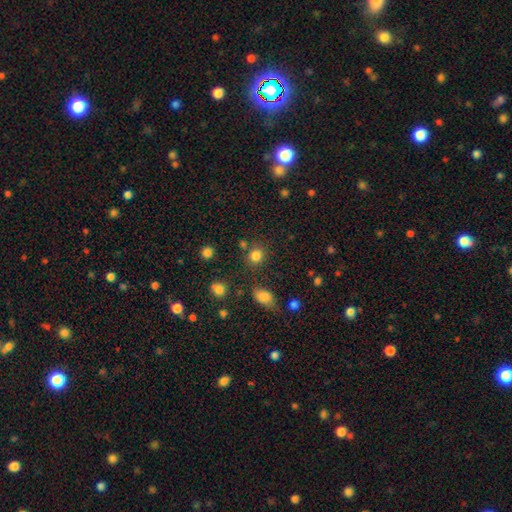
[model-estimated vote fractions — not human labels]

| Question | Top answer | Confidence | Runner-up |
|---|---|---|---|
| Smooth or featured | smooth | 81% | star or artifact (14%) |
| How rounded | round | 82% | in between (17%) |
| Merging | none | 76% | minor disturbance (10%) |